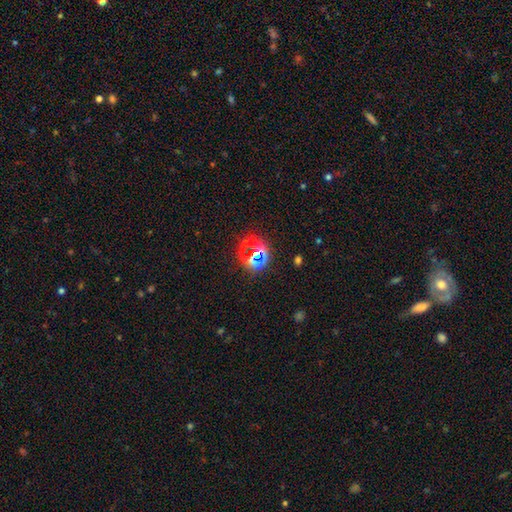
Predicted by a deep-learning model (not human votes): Smooth or featured?
  - star or artifact: 60% *
  - smooth: 30%
  - featured or disk: 10%